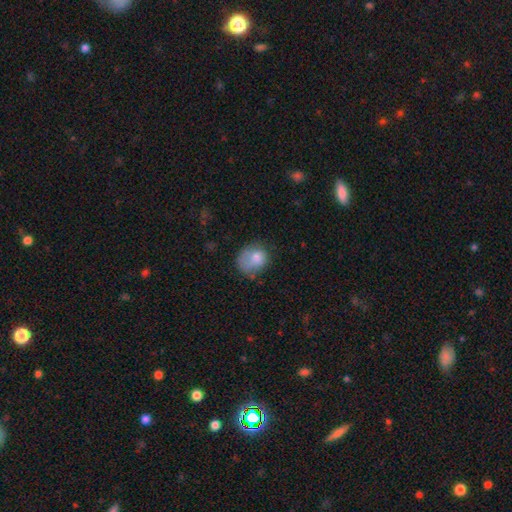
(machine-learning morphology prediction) This is likely a smooth galaxy (71%). How rounded: possibly round (54%). Merging: marginally none (43%).